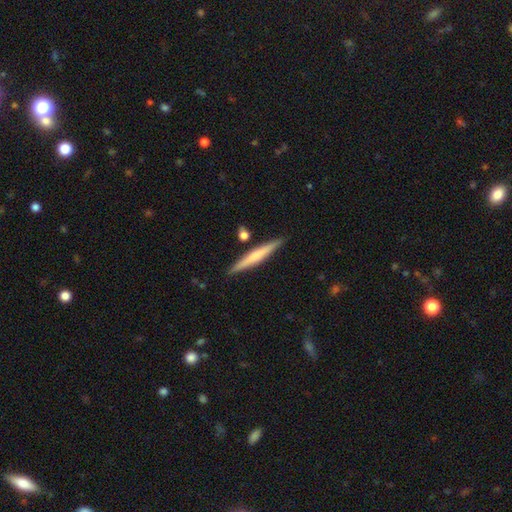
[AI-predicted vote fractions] Overall: smooth (47%, tied with featured or disk). Merging: none (87%).